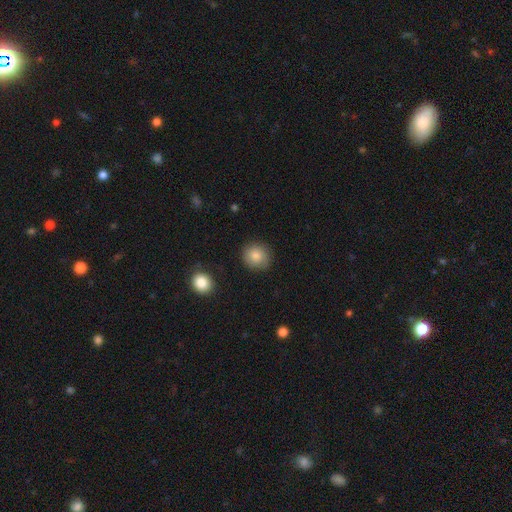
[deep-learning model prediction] Overall: smooth (84%). How rounded: round (88%). Merging: none (86%).